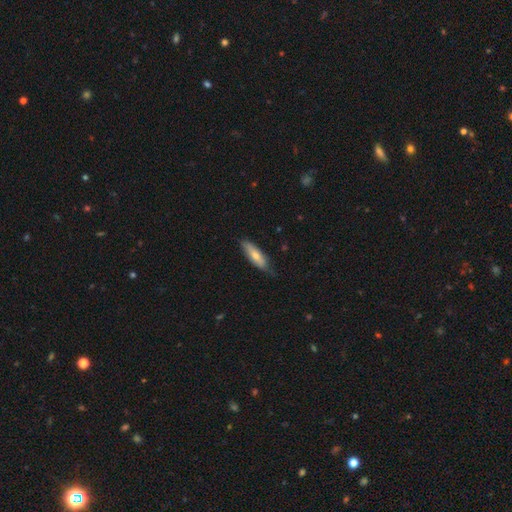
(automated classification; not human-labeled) Smooth or featured?
  - smooth: 67% *
  - featured or disk: 28%
  - star or artifact: 6%
How rounded?
  - in between: 51% *
  - cigar-shaped: 47%
  - round: 2%
Merging?
  - none: 69% *
  - minor disturbance: 26%
  - major disturbance: 4%
  - merger: 1%